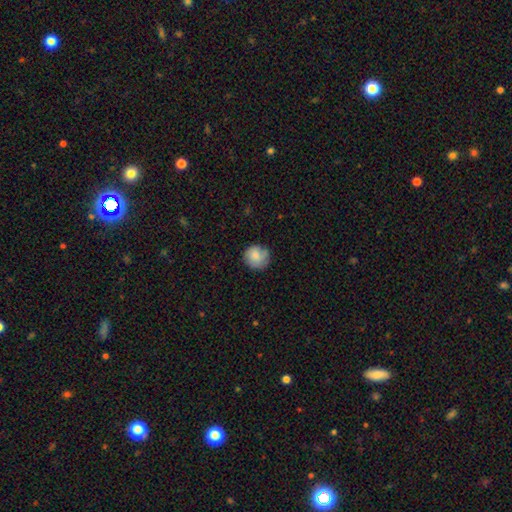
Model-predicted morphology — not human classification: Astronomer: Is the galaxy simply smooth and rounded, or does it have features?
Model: smooth — 79%.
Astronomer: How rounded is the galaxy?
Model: round — 90%.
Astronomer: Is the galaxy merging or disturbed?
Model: none — 71%.